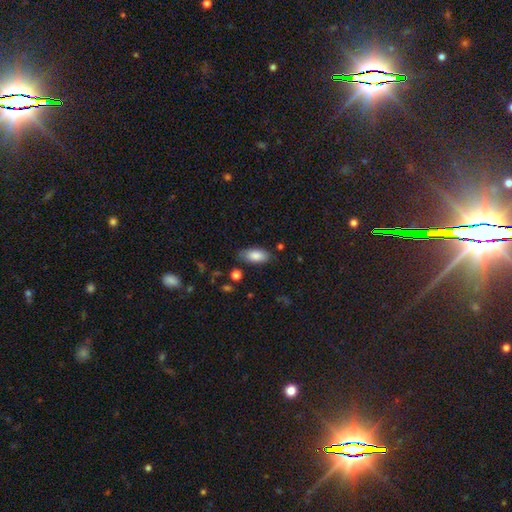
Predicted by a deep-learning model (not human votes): Smooth or featured: smooth — 85% (featured or disk — 8%)
How rounded: in between — 89% (cigar-shaped — 9%)
Merging: none — 78% (minor disturbance — 17%)